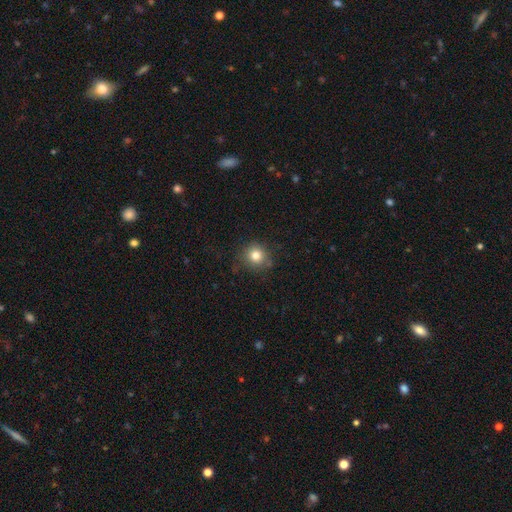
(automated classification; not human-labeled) Q: Smooth or featured?
A: smooth (80%); runner-up: star or artifact (13%)
Q: How rounded?
A: round (90%); runner-up: in between (9%)
Q: Merging?
A: none (82%); runner-up: minor disturbance (12%)